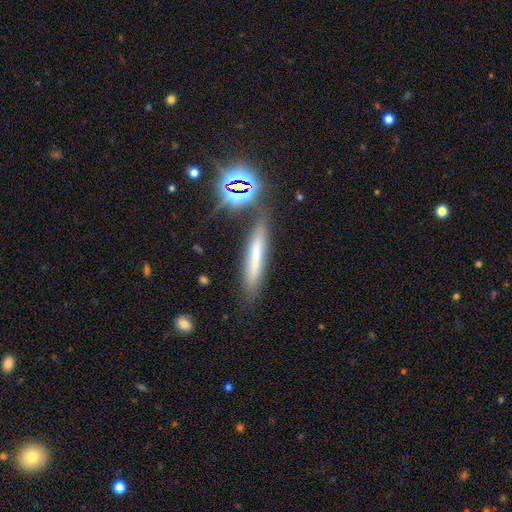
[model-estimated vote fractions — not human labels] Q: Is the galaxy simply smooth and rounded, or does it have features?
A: smooth — 51%.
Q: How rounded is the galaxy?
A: cigar-shaped — 91%.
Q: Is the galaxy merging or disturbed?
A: none — 76%.